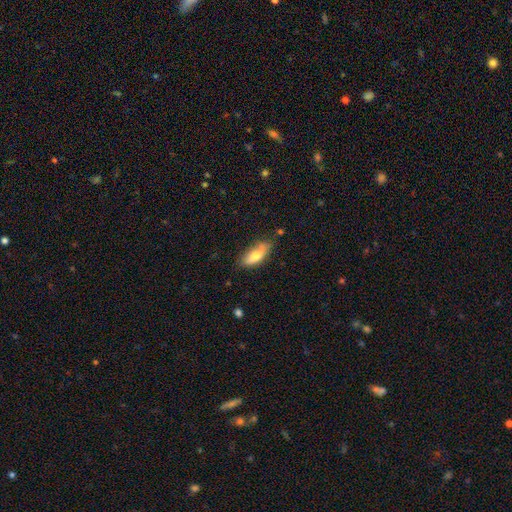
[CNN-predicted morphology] A smooth galaxy with no disk features (72%) that is in between round and cigar-shaped (73%). Merging: none (67%).